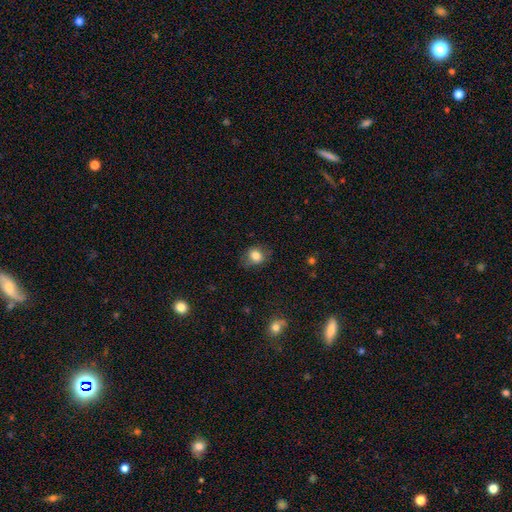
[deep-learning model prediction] A smooth galaxy with no disk features (79%) that is round (56%).

Vote fractions:
- Smooth or featured? smooth: 79% / featured or disk: 11% / star or artifact: 9%
- How rounded? round: 56% / in between: 43% / cigar-shaped: 1%
- Merging? none: 72% / minor disturbance: 20% / major disturbance: 7% / merger: 1%